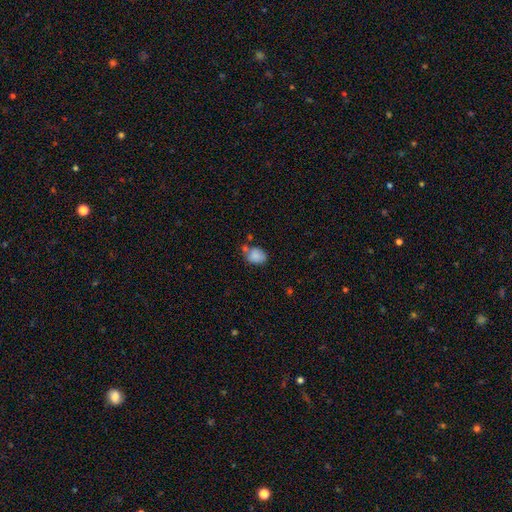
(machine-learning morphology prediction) Smooth or featured: smooth — 83% (star or artifact — 9%)
How rounded: in between — 57% (round — 42%)
Merging: none — 50% (minor disturbance — 24%)